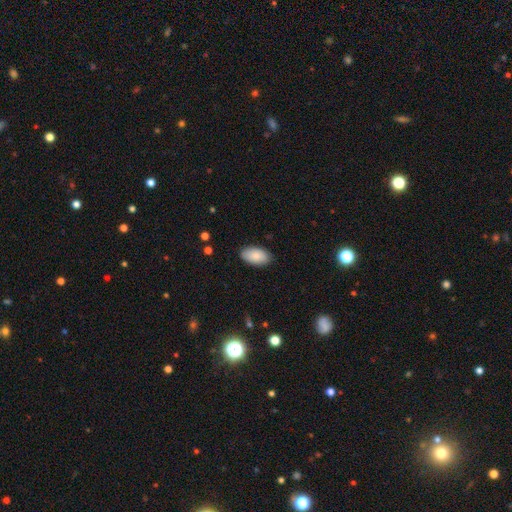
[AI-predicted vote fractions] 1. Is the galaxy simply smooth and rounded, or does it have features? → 86% smooth, 7% featured or disk, 6% star or artifact.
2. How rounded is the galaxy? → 95% in between, 3% round, 1% cigar-shaped.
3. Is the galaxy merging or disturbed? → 86% none, 11% minor disturbance, 2% major disturbance, 1% merger.